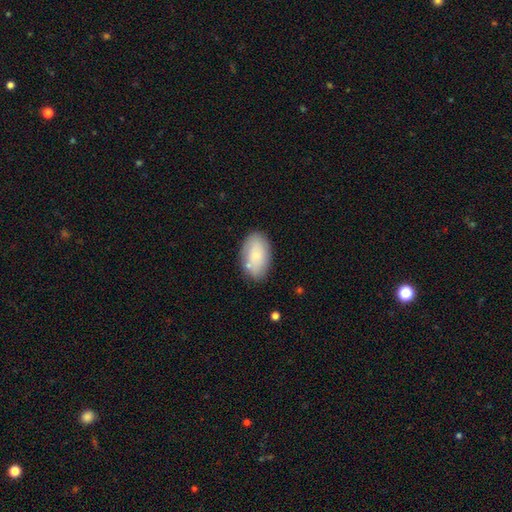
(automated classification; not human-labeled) Morphology: type=smooth (75%); roundness=in between (93%); merging=none (75%).